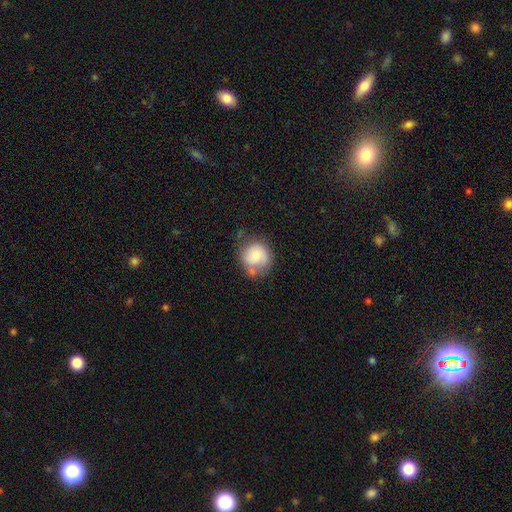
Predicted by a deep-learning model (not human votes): smooth-or-featured: smooth: 70% | featured or disk: 22% | star or artifact: 7%
  how-rounded: round: 81% | in between: 18% | cigar-shaped: 1%
  merging: none: 45% | minor disturbance: 26% | merger: 18% | major disturbance: 11%